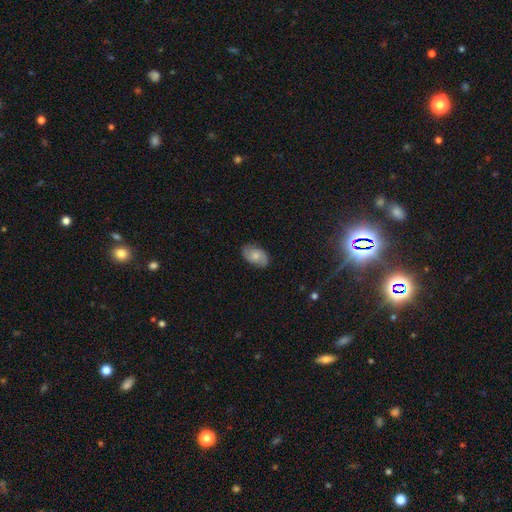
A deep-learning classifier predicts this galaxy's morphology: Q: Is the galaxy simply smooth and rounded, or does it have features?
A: smooth — 48%.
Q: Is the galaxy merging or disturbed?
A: none — 81%.